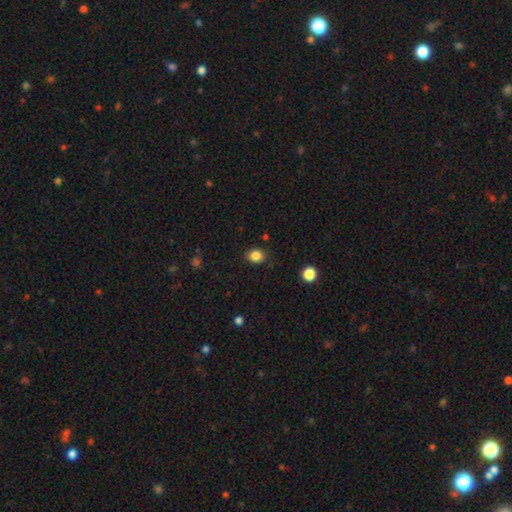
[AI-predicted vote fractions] Smooth or featured? smooth (85%)
How rounded? round (53%)
Merging? none (85%)